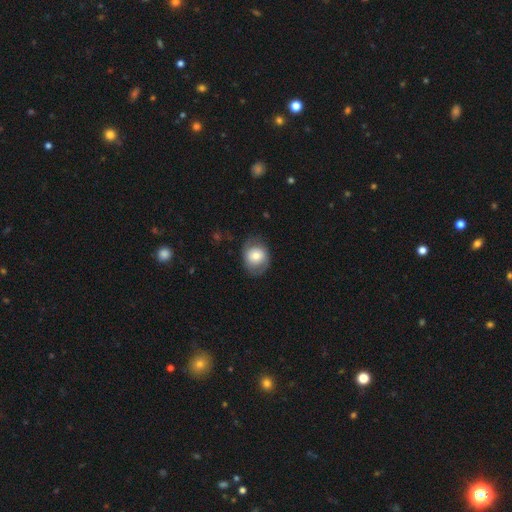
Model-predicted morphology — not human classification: Smooth or featured?
  - smooth: 62% *
  - featured or disk: 30%
  - star or artifact: 7%
How rounded?
  - round: 56% *
  - in between: 43%
  - cigar-shaped: 1%
Merging?
  - none: 70% *
  - minor disturbance: 20%
  - major disturbance: 9%
  - merger: 1%